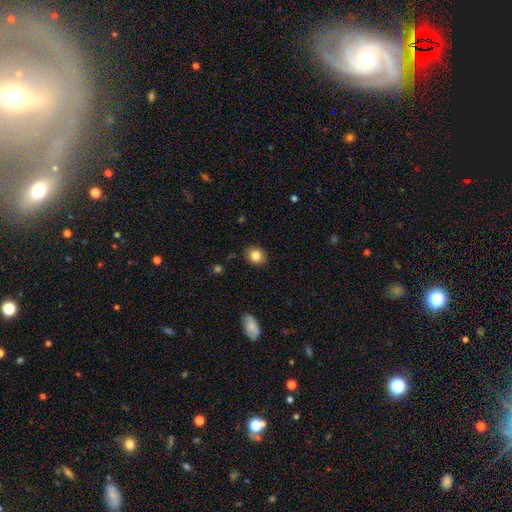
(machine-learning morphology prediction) Smooth or featured?
  - smooth: 83% *
  - star or artifact: 9%
  - featured or disk: 7%
How rounded?
  - round: 68% *
  - in between: 31%
  - cigar-shaped: 1%
Merging?
  - none: 89% *
  - minor disturbance: 8%
  - major disturbance: 2%
  - merger: 1%